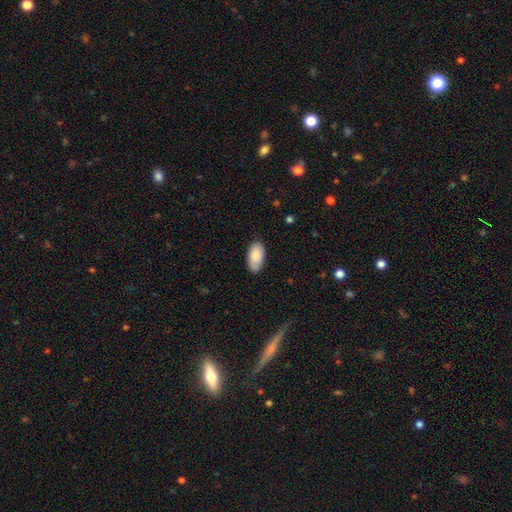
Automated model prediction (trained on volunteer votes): A smooth galaxy with no disk features (85%) that is in between round and cigar-shaped (95%). Merging: none (81%).